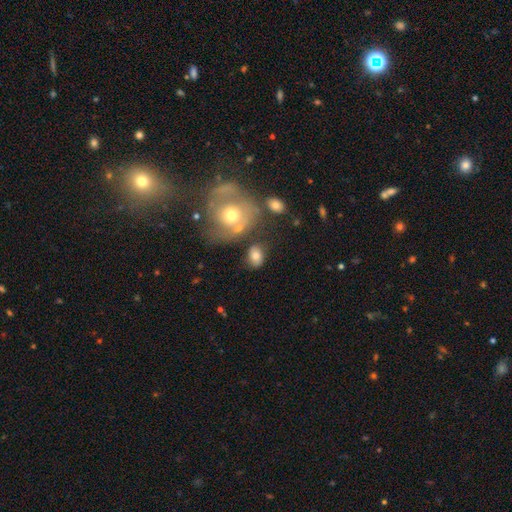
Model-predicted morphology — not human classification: Overall: smooth (74%). How rounded: in between (68%; round 31%). Merging: none (67%).